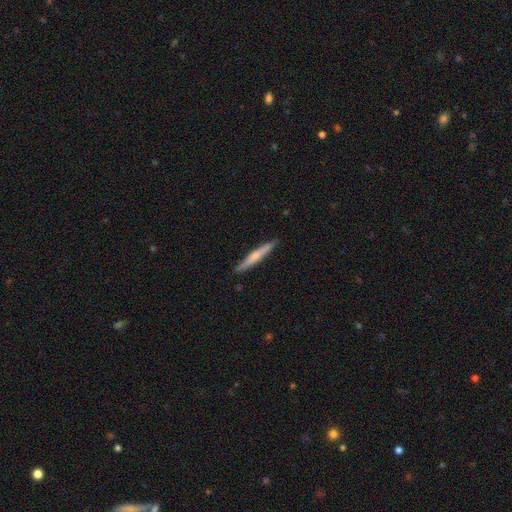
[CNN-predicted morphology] A smooth galaxy with no disk features (48%). Merging: none (90%).